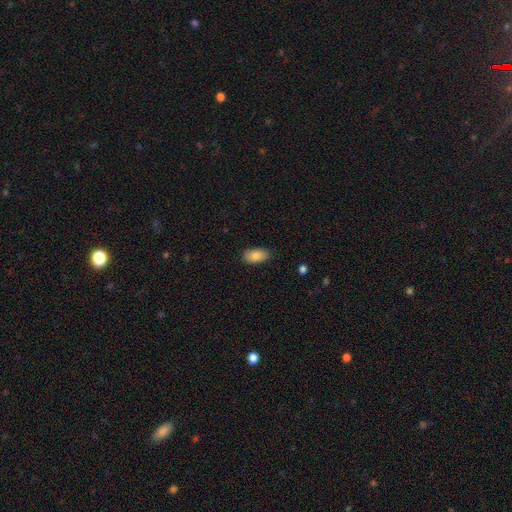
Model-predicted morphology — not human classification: This appears to be a smooth galaxy with no disk features (84%) that is in between round and cigar-shaped (94%). Merging: none (85%).